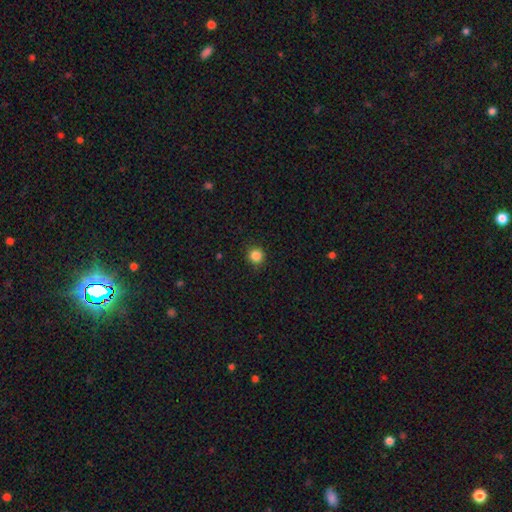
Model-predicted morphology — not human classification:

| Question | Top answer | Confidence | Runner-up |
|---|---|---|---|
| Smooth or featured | smooth | 85% | star or artifact (12%) |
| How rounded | round | 94% | in between (5%) |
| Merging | none | 91% | minor disturbance (6%) |